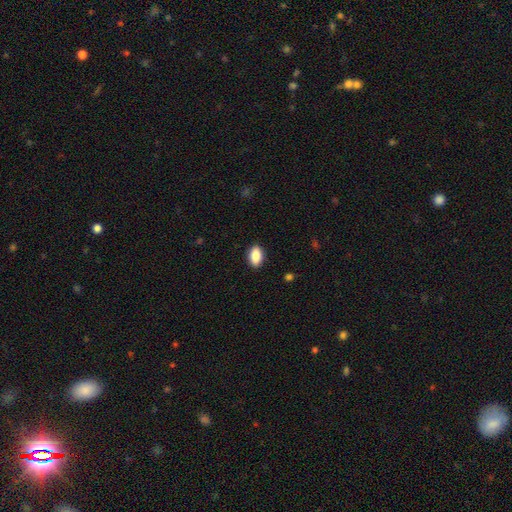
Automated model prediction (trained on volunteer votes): Morphology: type=smooth (88%); roundness=in between (91%); merging=none (89%).